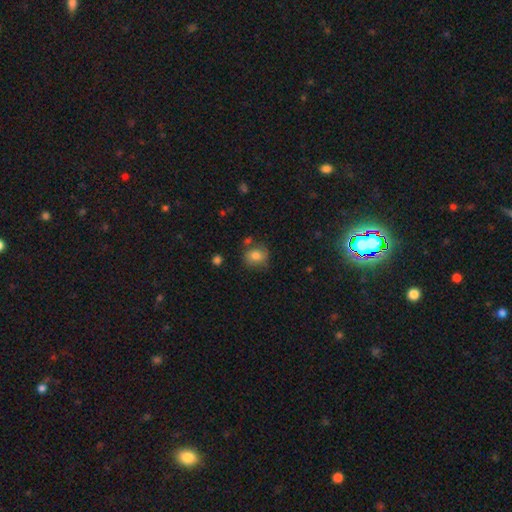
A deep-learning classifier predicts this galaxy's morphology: This appears to be a smooth galaxy with no disk features (78%) that is round (67%). Merging: none (67%).